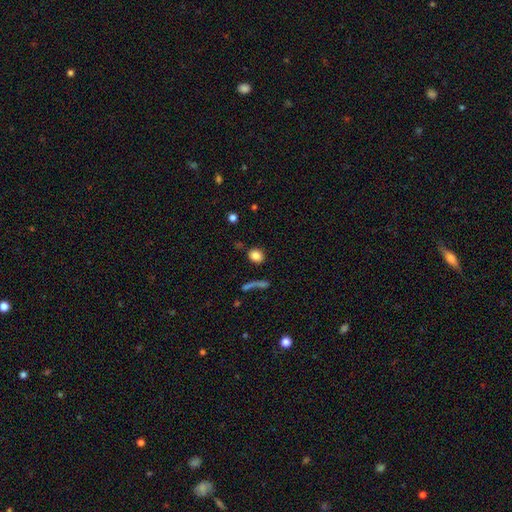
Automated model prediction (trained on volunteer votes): Smooth or featured? smooth (83%)
How rounded? round (64%)
Merging? none (80%)